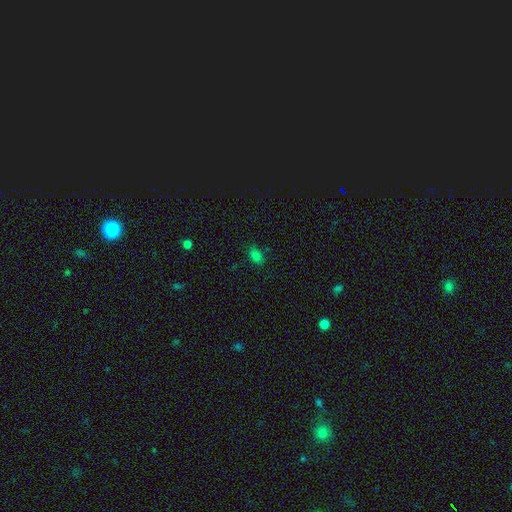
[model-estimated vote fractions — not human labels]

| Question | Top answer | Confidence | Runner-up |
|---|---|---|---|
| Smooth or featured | smooth | 77% | star or artifact (18%) |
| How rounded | in between | 86% | round (12%) |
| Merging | none | 78% | minor disturbance (16%) |